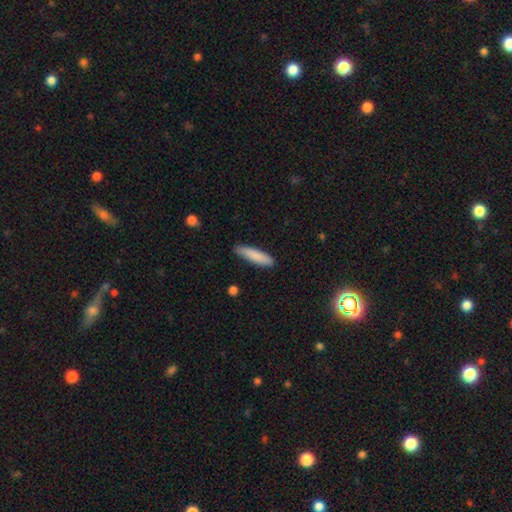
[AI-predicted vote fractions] Overall: smooth (85%). How rounded: cigar-shaped (79%). Merging: none (84%).